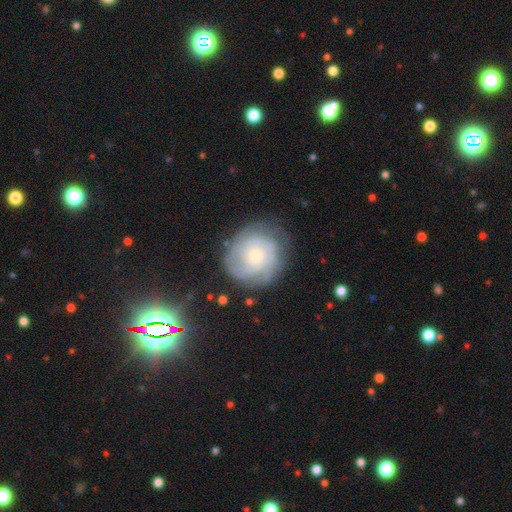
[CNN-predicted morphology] Q: Smooth or featured?
A: featured or disk (69%); runner-up: smooth (24%)
Q: Edge-on disk?
A: no (98%); runner-up: yes (2%)
Q: Bar?
A: no (79%); runner-up: weak (19%)
Q: Spiral arms?
A: yes (88%); runner-up: no (12%)
Q: Spiral winding?
A: tight (70%); runner-up: medium (22%)
Q: Spiral arm count?
A: can't tell (48%); runner-up: 2 (16%)
Q: Bulge size?
A: small (60%); runner-up: moderate (33%)
Q: Merging?
A: none (72%); runner-up: minor disturbance (19%)